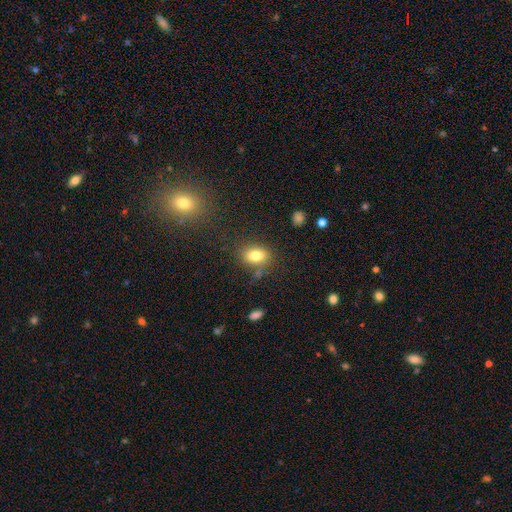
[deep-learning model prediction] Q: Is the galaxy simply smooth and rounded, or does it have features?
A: smooth — 80%.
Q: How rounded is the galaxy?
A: in between — 72%.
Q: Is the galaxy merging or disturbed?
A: none — 74%.